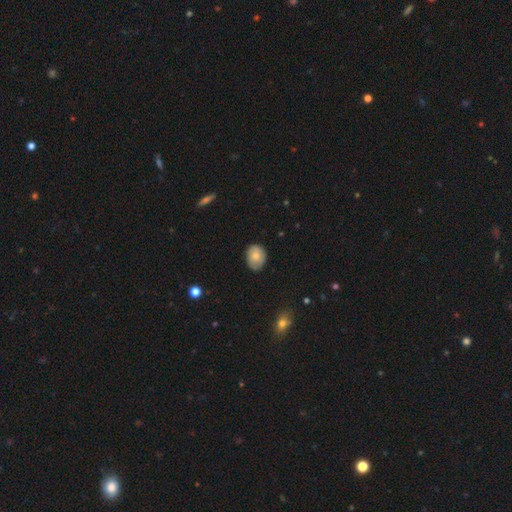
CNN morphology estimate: Smooth or featured? Predicted: smooth (p=0.71). How rounded? Predicted: in between (p=0.57). Merging? Predicted: none (p=0.74).